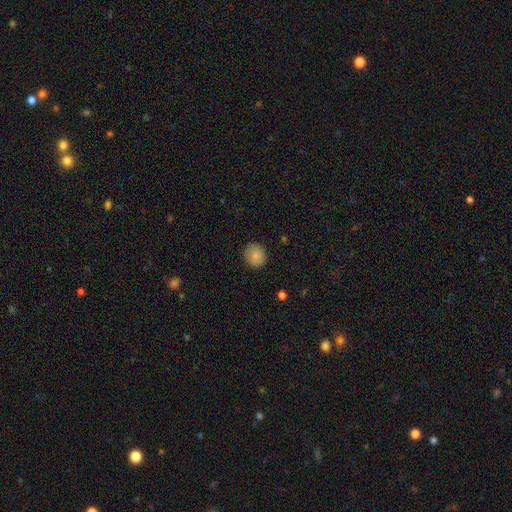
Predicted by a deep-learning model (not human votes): Morphology: type=smooth (87%); roundness=round (89%); merging=none (88%).